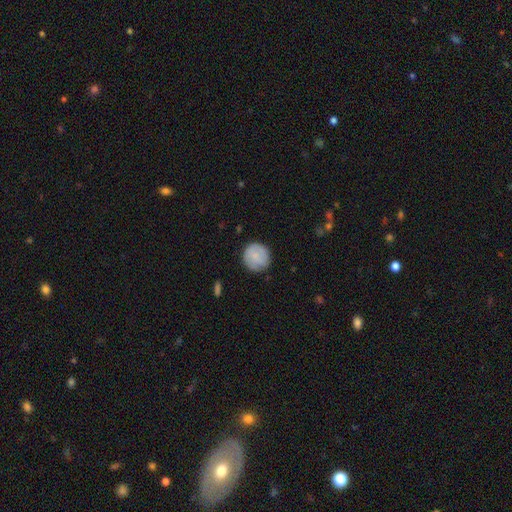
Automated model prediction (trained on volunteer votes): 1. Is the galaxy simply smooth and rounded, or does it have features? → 76% smooth, 18% featured or disk, 6% star or artifact.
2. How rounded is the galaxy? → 94% round, 5% in between, 1% cigar-shaped.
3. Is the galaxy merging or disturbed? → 84% none, 12% minor disturbance, 3% major disturbance, 1% merger.